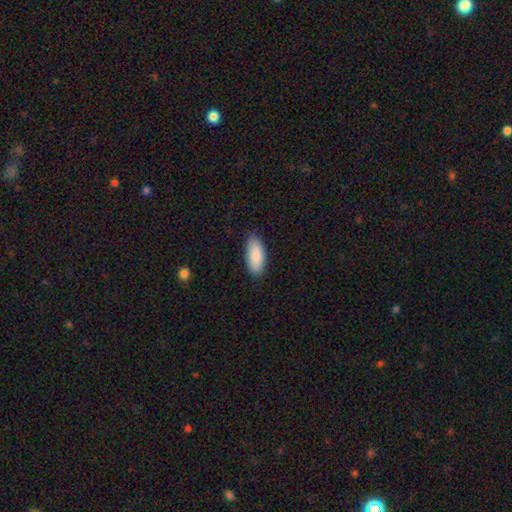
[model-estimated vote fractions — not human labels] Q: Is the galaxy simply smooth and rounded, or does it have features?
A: smooth — 88%.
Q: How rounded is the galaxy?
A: in between — 85%.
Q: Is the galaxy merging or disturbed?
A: none — 86%.